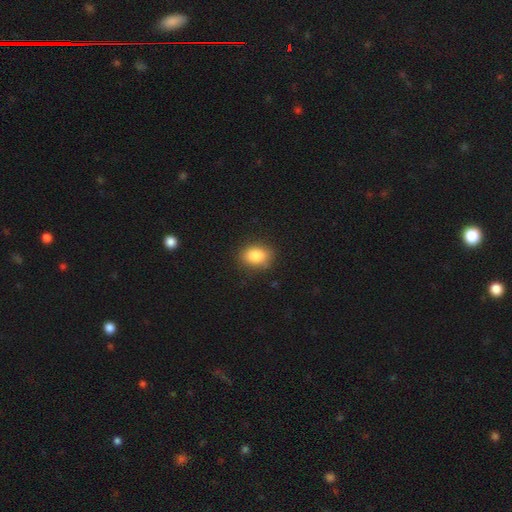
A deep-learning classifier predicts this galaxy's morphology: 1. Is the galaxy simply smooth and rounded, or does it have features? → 86% smooth, 8% star or artifact, 5% featured or disk.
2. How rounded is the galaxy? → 74% in between, 24% round, 1% cigar-shaped.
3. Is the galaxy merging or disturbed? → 85% none, 11% minor disturbance, 3% major disturbance, 1% merger.